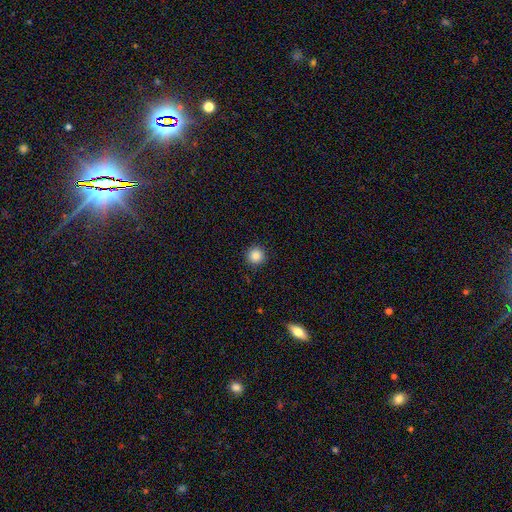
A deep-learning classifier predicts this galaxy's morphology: A smooth galaxy with no disk features (86%) that is round (95%). Merging: none (92%).